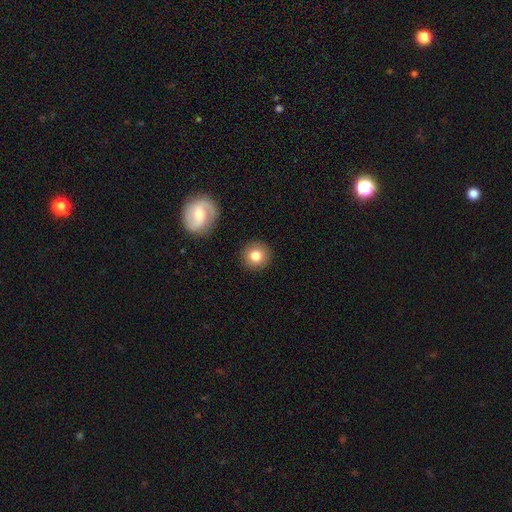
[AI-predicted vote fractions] This is likely a smooth galaxy (80%). How rounded: clearly round (92%). Merging: clearly none (90%).